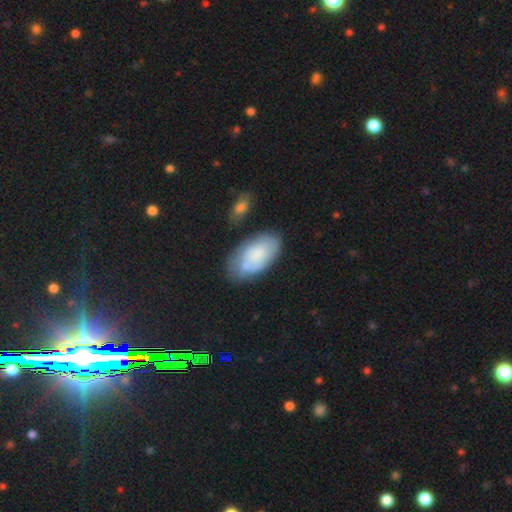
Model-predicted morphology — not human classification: Smooth or featured? Predicted: smooth (p=0.68). How rounded? Predicted: in between (p=0.95). Merging? Predicted: none (p=0.59).